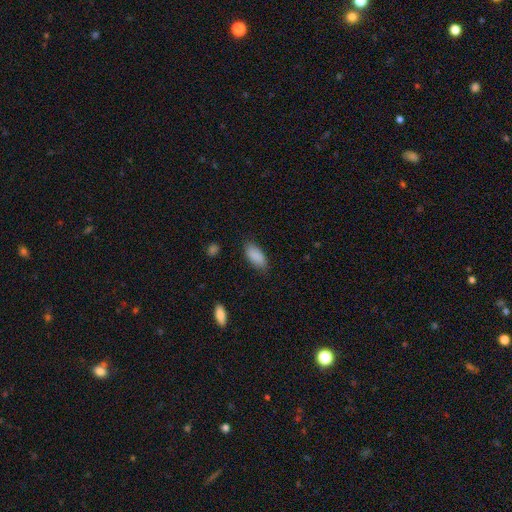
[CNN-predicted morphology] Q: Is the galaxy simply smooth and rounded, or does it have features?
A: smooth — 89%.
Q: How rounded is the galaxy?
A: in between — 88%.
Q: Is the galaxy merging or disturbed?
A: none — 83%.